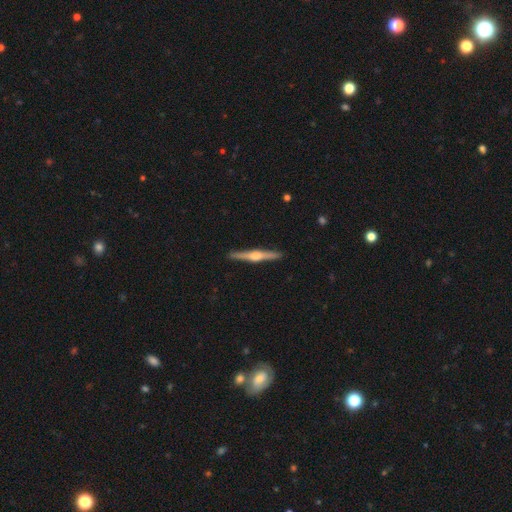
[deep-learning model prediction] Overall: featured or disk (78%). Edge-on disk: yes (98%). Edge-on bulge: rounded (90%). Merging: none (92%).